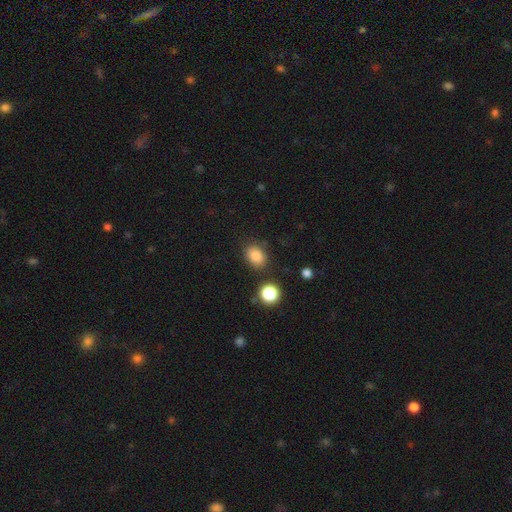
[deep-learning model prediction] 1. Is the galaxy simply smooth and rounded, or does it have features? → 85% smooth, 11% star or artifact, 4% featured or disk.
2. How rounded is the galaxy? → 63% in between, 36% round, 1% cigar-shaped.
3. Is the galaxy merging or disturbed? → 81% none, 12% minor disturbance, 4% merger, 4% major disturbance.